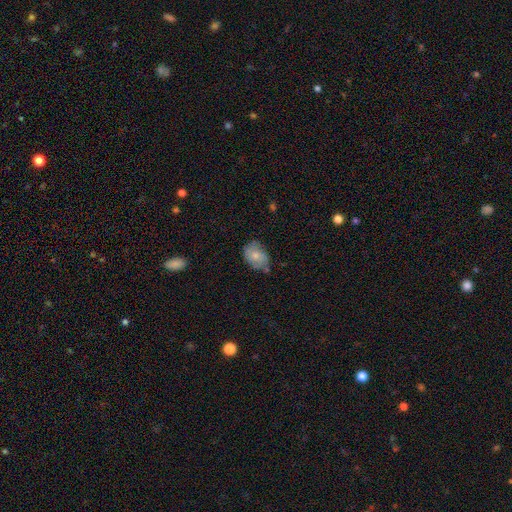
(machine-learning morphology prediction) Smooth or featured: smooth — 63% (featured or disk — 29%)
How rounded: in between — 72% (round — 27%)
Merging: none — 58% (minor disturbance — 30%)